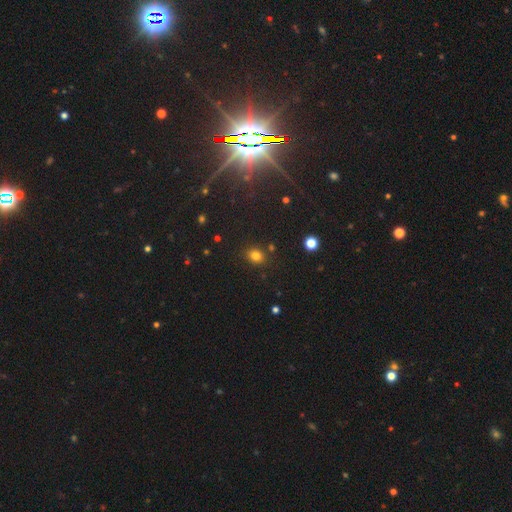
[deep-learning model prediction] Smooth or featured? Predicted: smooth (p=0.79). How rounded? Predicted: round (p=0.64). Merging? Predicted: none (p=0.84).